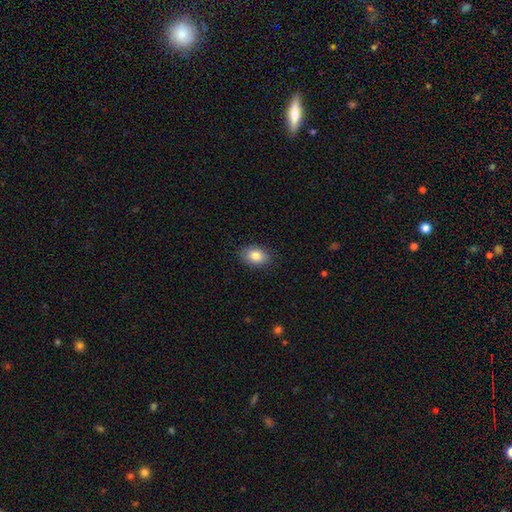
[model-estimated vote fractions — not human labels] smooth-or-featured: smooth: 85% | featured or disk: 8% | star or artifact: 8%
  how-rounded: in between: 83% | round: 16% | cigar-shaped: 1%
  merging: none: 87% | minor disturbance: 10% | major disturbance: 2% | merger: 1%